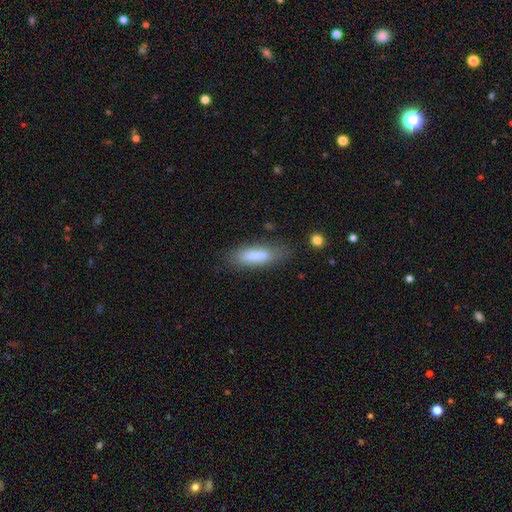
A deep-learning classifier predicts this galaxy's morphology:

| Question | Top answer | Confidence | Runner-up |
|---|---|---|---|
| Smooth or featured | smooth | 80% | featured or disk (12%) |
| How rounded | cigar-shaped | 54% | in between (44%) |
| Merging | none | 74% | minor disturbance (17%) |